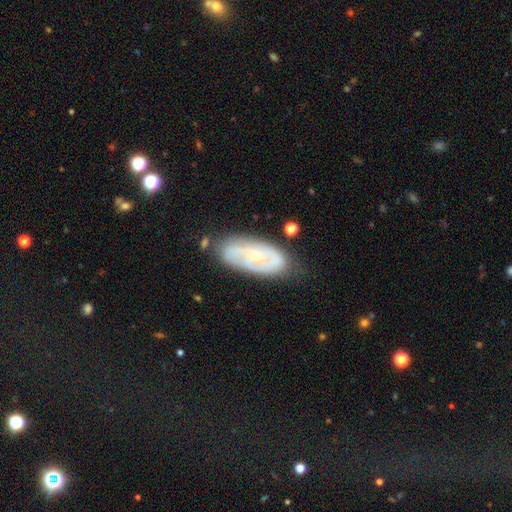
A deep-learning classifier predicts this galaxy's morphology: Q: Smooth or featured?
A: featured or disk (68%); runner-up: smooth (26%)
Q: Edge-on disk?
A: no (91%); runner-up: yes (9%)
Q: Bar?
A: no (63%); runner-up: weak (28%)
Q: Spiral arms?
A: yes (77%); runner-up: no (23%)
Q: Bulge size?
A: small (74%); runner-up: moderate (19%)
Q: Merging?
A: none (72%); runner-up: minor disturbance (19%)